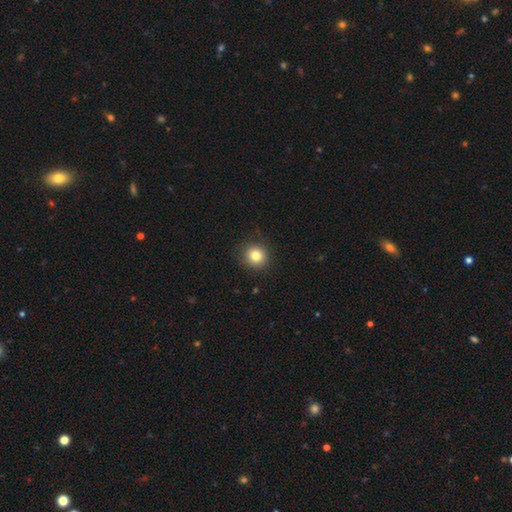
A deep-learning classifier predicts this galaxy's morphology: This is clearly a smooth galaxy (83%). How rounded: clearly round (90%). Merging: clearly none (89%).